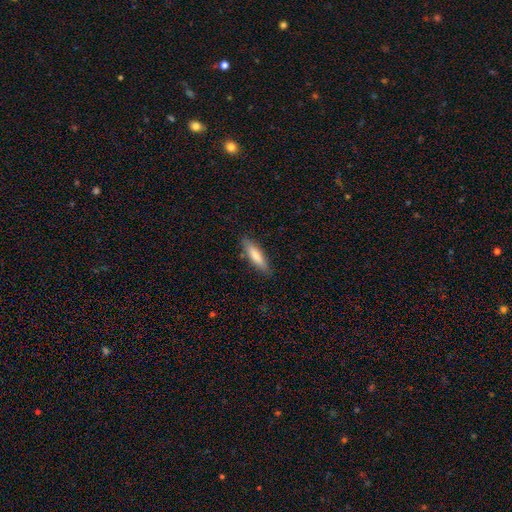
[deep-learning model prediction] smooth-or-featured: smooth: 78% | featured or disk: 17% | star or artifact: 6%
  how-rounded: cigar-shaped: 72% | in between: 27% | round: 1%
  merging: none: 86% | minor disturbance: 11% | major disturbance: 2% | merger: 1%